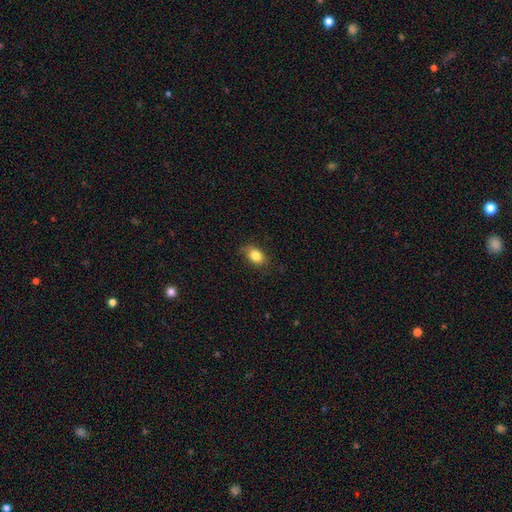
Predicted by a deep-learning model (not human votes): The model was most divided on "how rounded": in between: 75%, round: 24%, cigar-shaped: 2%. More confident: smooth or featured — smooth (83%); merging — none (78%).